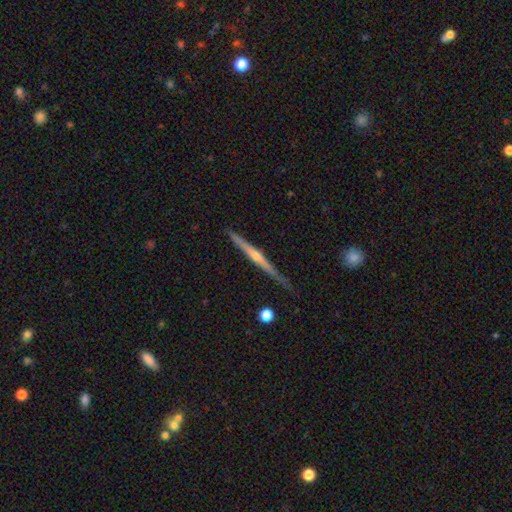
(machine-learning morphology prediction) A featured or disk galaxy (83%) viewed edge-on (98%) with a rounded central bulge (82%).

Vote fractions:
- Smooth or featured? featured or disk: 83% / smooth: 12% / star or artifact: 5%
- Edge-on disk? yes: 98% / no: 2%
- Edge-on bulge? rounded: 82% / none: 12% / boxy: 5%
- Merging? none: 89% / minor disturbance: 8% / major disturbance: 1% / merger: 1%